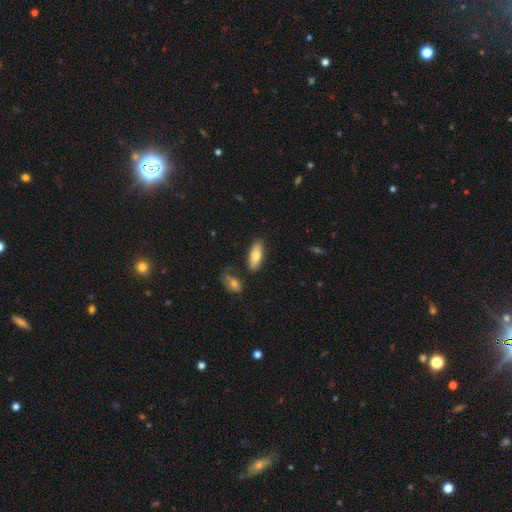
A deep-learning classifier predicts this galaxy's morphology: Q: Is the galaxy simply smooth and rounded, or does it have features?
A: smooth — 73%.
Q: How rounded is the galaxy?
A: in between — 66%.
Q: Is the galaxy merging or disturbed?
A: none — 80%.